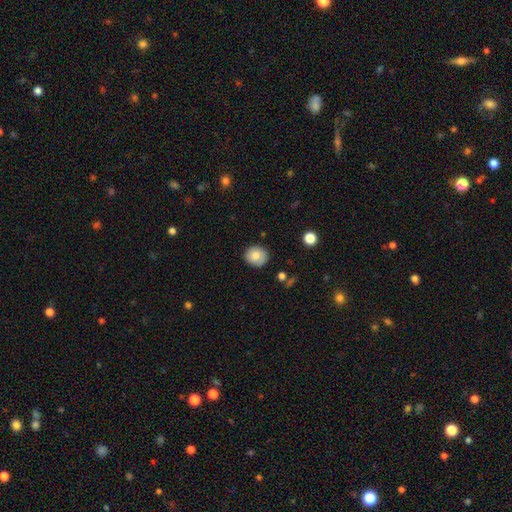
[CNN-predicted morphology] The model was most divided on "smooth or featured": smooth: 80%, featured or disk: 11%, star or artifact: 8%. More confident: how rounded — round (86%); merging — none (85%).